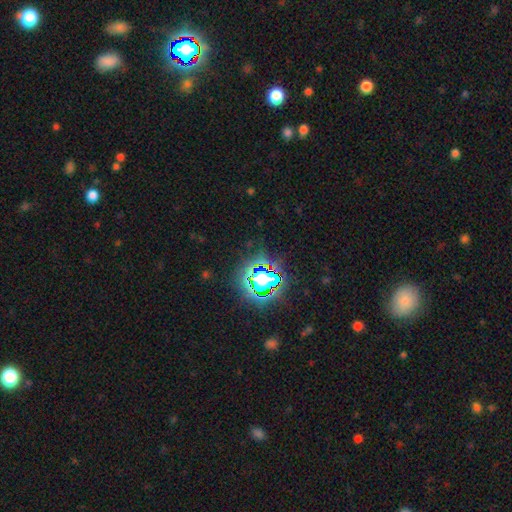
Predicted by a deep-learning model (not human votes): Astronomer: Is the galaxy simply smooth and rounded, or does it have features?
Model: star or artifact — 78%.